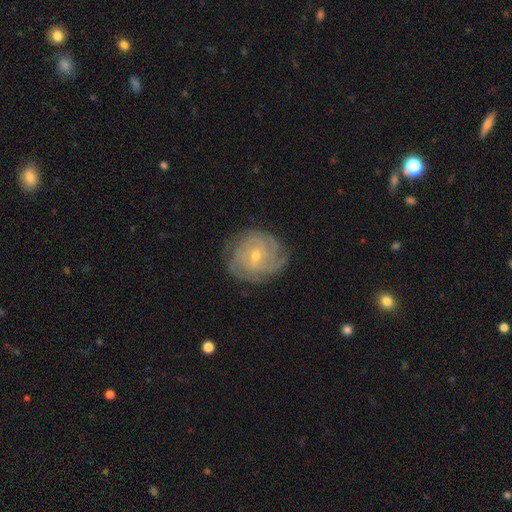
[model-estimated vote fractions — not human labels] Smooth or featured?
  - featured or disk: 83% *
  - smooth: 10%
  - star or artifact: 7%
Edge-on disk?
  - no: 97% *
  - yes: 3%
Bar?
  - no: 53% *
  - weak: 39%
  - strong: 9%
Spiral arms?
  - yes: 96% *
  - no: 4%
Spiral winding?
  - tight: 78% *
  - medium: 18%
  - loose: 4%
Spiral arm count?
  - can't tell: 34% *
  - 4: 20%
  - 3: 18%
  - 2: 12%
  - more than 4: 8%
  - 1: 6%
Bulge size?
  - small: 64% *
  - moderate: 34%
  - large: 1%
  - none: 1%
  - dominant: 1%
Merging?
  - none: 79% *
  - minor disturbance: 15%
  - major disturbance: 5%
  - merger: 1%